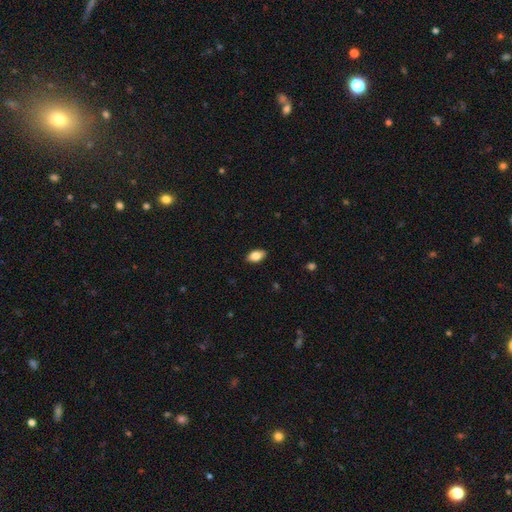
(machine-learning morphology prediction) type=smooth (83%); roundness=in between (92%); merging=none (89%).